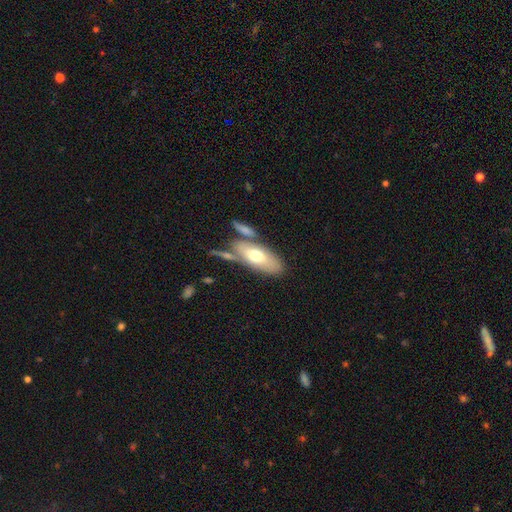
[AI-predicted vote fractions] Smooth or featured?
  - smooth: 62% *
  - featured or disk: 32%
  - star or artifact: 6%
How rounded?
  - in between: 80% *
  - cigar-shaped: 17%
  - round: 3%
Merging?
  - none: 60% *
  - merger: 20%
  - minor disturbance: 15%
  - major disturbance: 5%